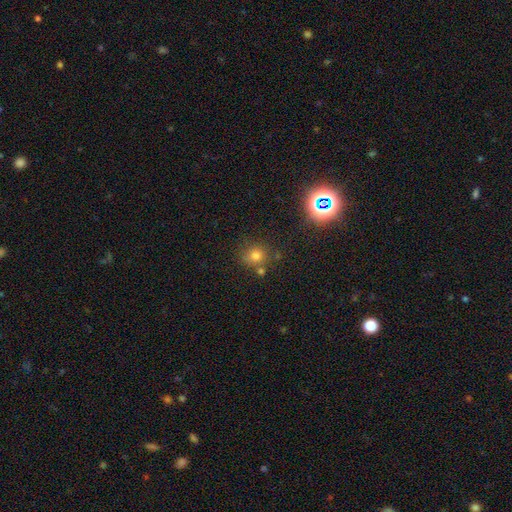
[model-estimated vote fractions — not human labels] Smooth or featured: smooth — 74% (star or artifact — 18%)
How rounded: round — 83% (in between — 16%)
Merging: none — 68% (merger — 14%)